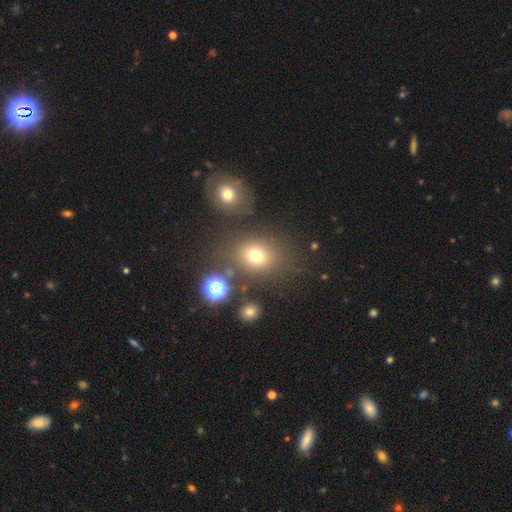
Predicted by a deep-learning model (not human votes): Smooth or featured: smooth — 72% (star or artifact — 19%)
How rounded: round — 60% (in between — 39%)
Merging: none — 74% (minor disturbance — 12%)